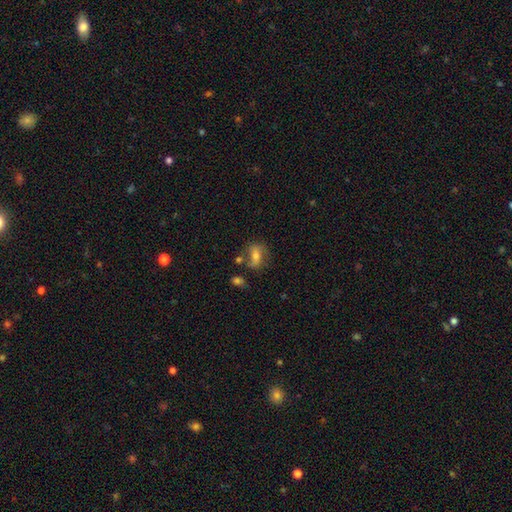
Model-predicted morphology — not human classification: smooth 48%, featured or disk 42%, star or artifact 10%. Down the decision tree: merging — none (60%).